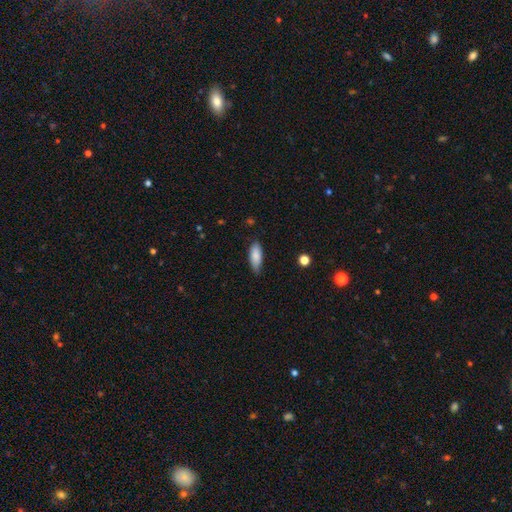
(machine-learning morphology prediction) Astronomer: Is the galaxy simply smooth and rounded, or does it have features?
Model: smooth — 85%.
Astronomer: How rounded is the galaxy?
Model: in between — 76%.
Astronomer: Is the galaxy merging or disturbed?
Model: none — 74%.